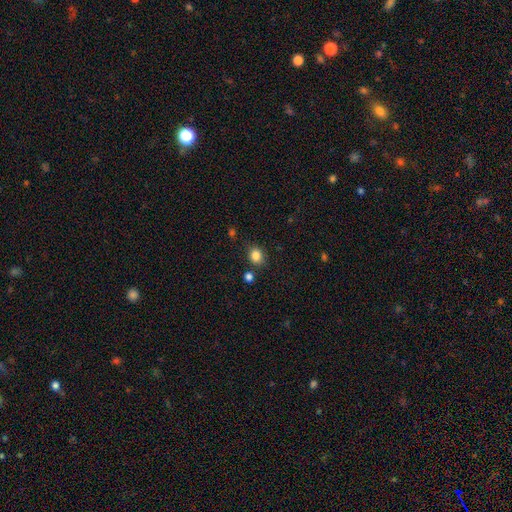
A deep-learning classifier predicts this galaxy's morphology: smooth-or-featured: smooth: 84% | star or artifact: 11% | featured or disk: 5%
  how-rounded: round: 64% | in between: 35% | cigar-shaped: 1%
  merging: none: 80% | minor disturbance: 12% | merger: 5% | major disturbance: 3%